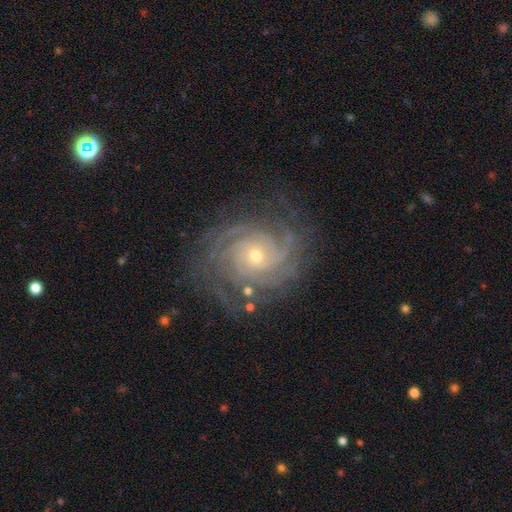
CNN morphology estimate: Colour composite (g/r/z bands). It shows a featured or disk galaxy (90%) with no bar (76%), 4 (25%) tight (77%) spiral arms (98%) and a small central bulge (64%). Merging: none (77%).